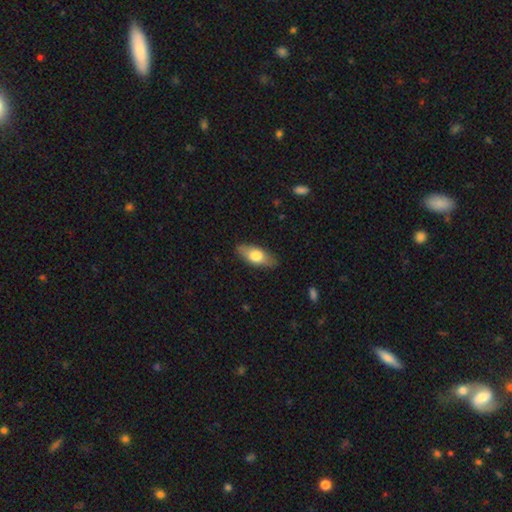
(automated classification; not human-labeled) Q: Smooth or featured?
A: smooth (69%); runner-up: featured or disk (26%)
Q: How rounded?
A: in between (80%); runner-up: cigar-shaped (17%)
Q: Merging?
A: none (84%); runner-up: minor disturbance (12%)